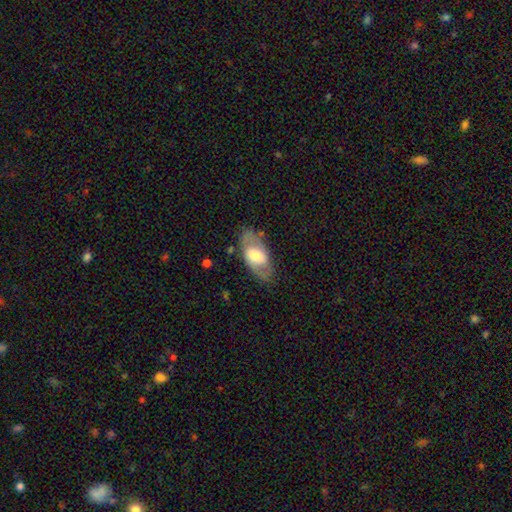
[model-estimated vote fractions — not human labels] This is possibly a featured or disk galaxy (48%). Merging: likely none (74%).